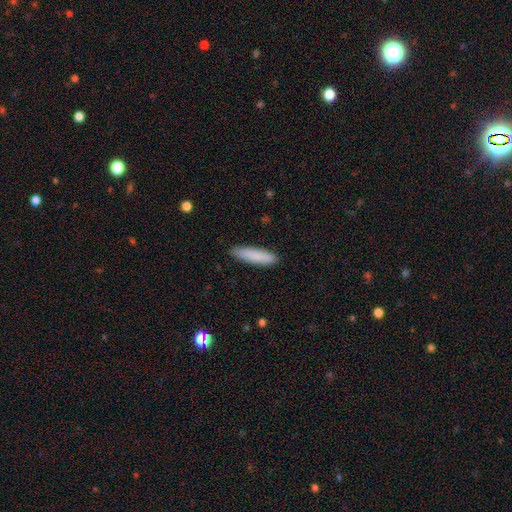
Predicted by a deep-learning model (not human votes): Smooth or featured? Predicted: smooth (p=0.85). How rounded? Predicted: cigar-shaped (p=0.82). Merging? Predicted: none (p=0.89).